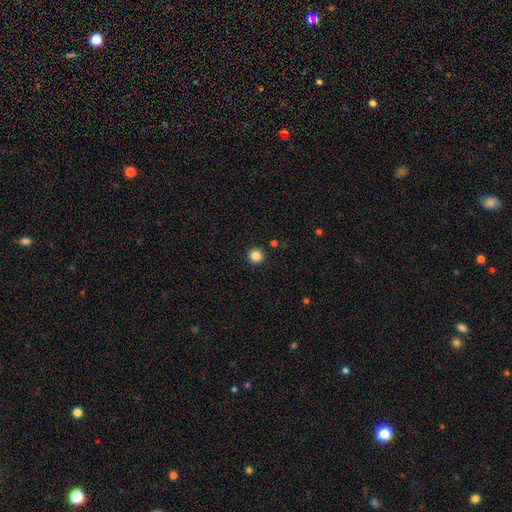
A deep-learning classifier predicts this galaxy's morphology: Q: Smooth or featured?
A: smooth (85%); runner-up: star or artifact (11%)
Q: How rounded?
A: round (95%); runner-up: in between (4%)
Q: Merging?
A: none (92%); runner-up: minor disturbance (4%)